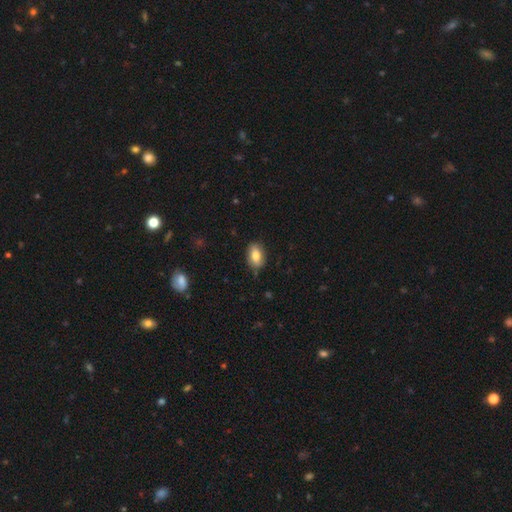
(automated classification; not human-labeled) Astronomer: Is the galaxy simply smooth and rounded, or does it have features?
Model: smooth — 79%.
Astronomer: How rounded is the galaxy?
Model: in between — 89%.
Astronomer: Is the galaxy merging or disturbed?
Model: none — 79%.